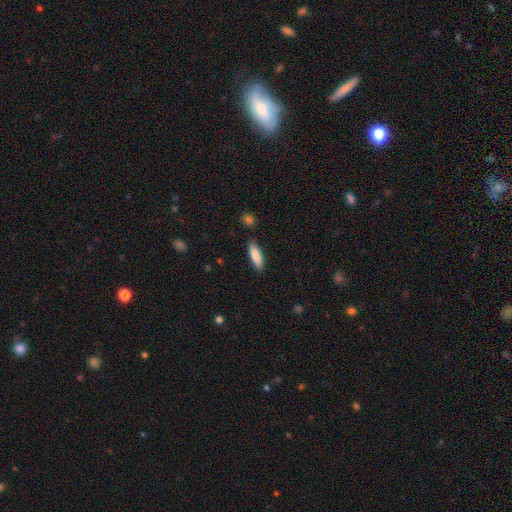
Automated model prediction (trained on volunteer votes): smooth_or_featured: smooth (p=0.82) [alt: featured or disk p=0.12]
how_rounded: cigar-shaped (p=0.54) [alt: in between p=0.45]
merging: none (p=0.87) [alt: minor disturbance p=0.09]